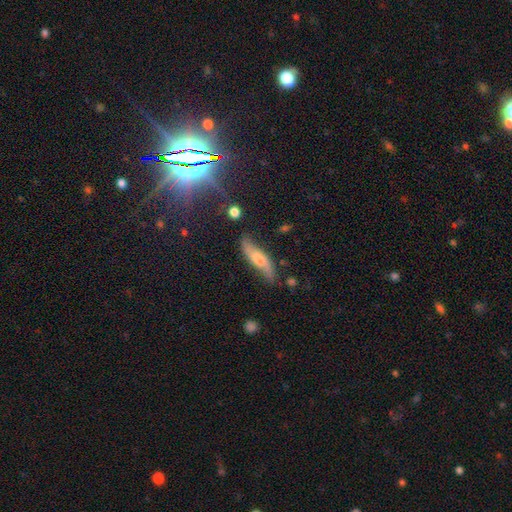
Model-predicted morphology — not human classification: Smooth or featured? Predicted: featured or disk (p=0.56). Edge-on disk? Predicted: no (p=0.60). Merging? Predicted: none (p=0.72).